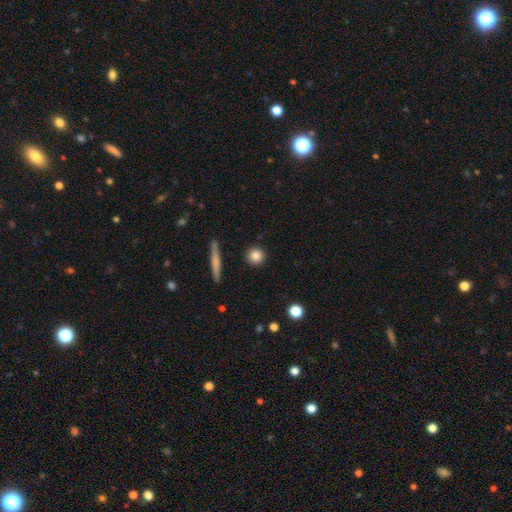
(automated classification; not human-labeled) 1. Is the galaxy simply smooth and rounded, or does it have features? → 83% smooth, 9% featured or disk, 8% star or artifact.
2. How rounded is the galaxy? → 91% round, 6% in between, 2% cigar-shaped.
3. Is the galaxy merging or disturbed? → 91% none, 5% minor disturbance, 2% major disturbance, 2% merger.